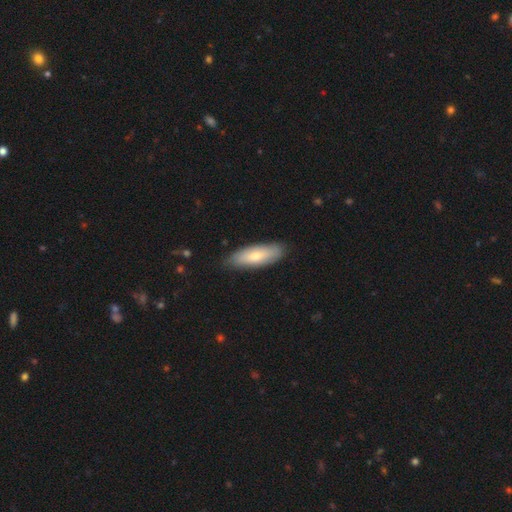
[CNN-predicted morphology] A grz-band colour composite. It shows a smooth galaxy with no disk features (67%) that is in between round and cigar-shaped (62%). Merging: none (84%).